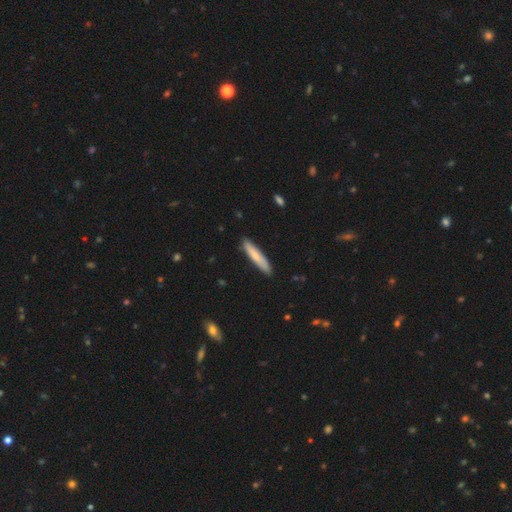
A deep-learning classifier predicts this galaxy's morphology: A smooth galaxy with no disk features (75%) that is cigar-shaped (89%). Merging: none (88%).